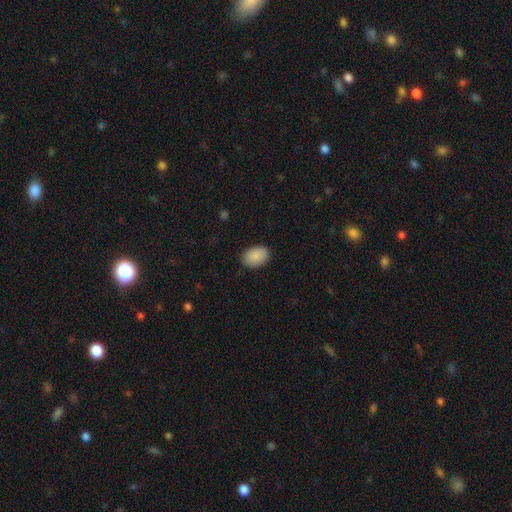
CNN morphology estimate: Smooth or featured?
  - smooth: 90% *
  - star or artifact: 7%
  - featured or disk: 3%
How rounded?
  - in between: 82% *
  - round: 17%
  - cigar-shaped: 1%
Merging?
  - none: 87% *
  - minor disturbance: 10%
  - major disturbance: 2%
  - merger: 1%